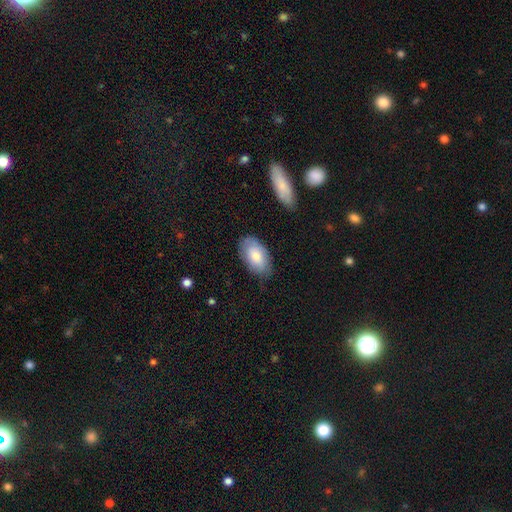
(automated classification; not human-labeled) Smooth or featured? Predicted: smooth (p=0.76). How rounded? Predicted: in between (p=0.94). Merging? Predicted: none (p=0.77).